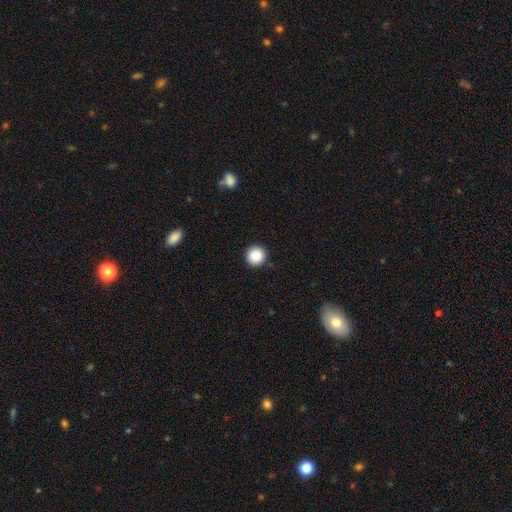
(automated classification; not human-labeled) Overall: smooth (88%). How rounded: round (96%). Merging: none (92%).